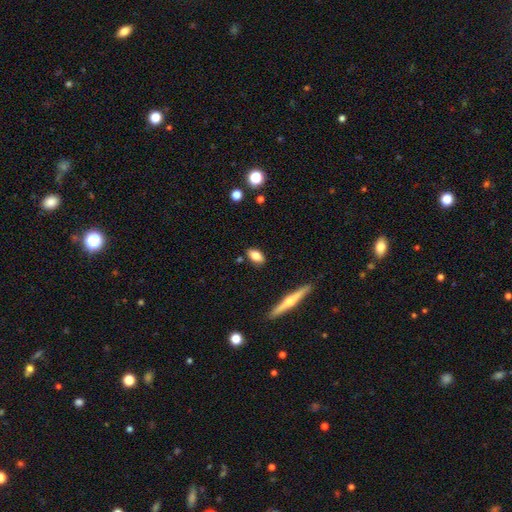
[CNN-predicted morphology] smooth 75%, featured or disk 18%, star or artifact 7%. Down the decision tree: how rounded — in between (84%); merging — none (84%).